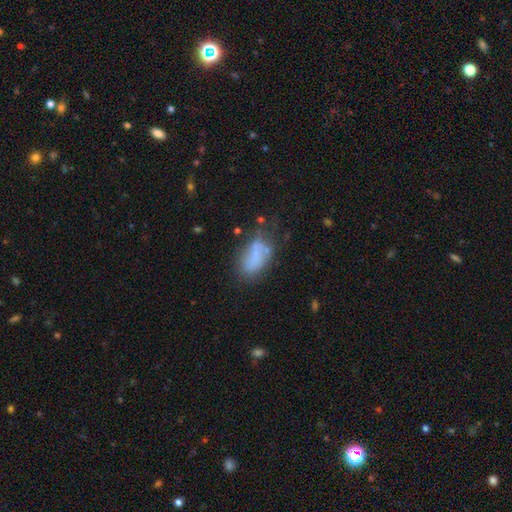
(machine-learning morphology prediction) Smooth or featured: smooth — 68% (featured or disk — 21%)
How rounded: in between — 87% (cigar-shaped — 8%)
Merging: none — 42% (minor disturbance — 28%)